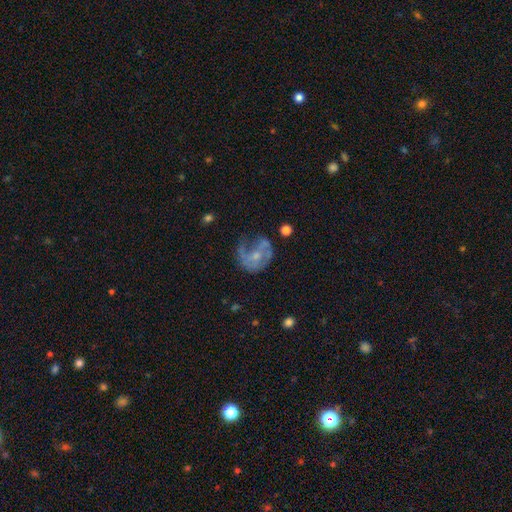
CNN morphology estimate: Q: Smooth or featured?
A: featured or disk (67%); runner-up: smooth (24%)
Q: Edge-on disk?
A: no (98%); runner-up: yes (2%)
Q: Bar?
A: no (68%); runner-up: weak (26%)
Q: Spiral arms?
A: yes (70%); runner-up: no (30%)
Q: Bulge size?
A: small (58%); runner-up: moderate (32%)
Q: Merging?
A: none (36%); runner-up: major disturbance (35%)